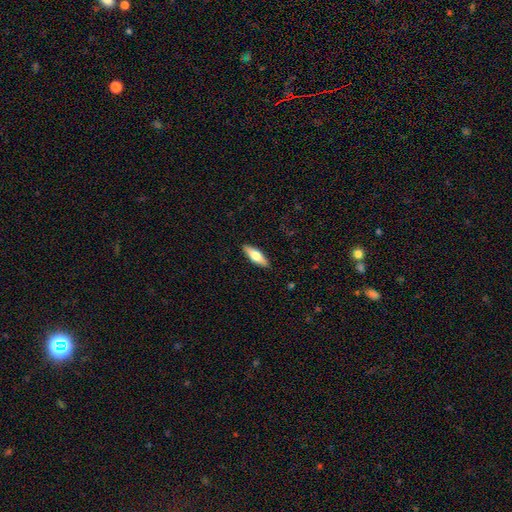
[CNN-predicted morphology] smooth_or_featured: smooth (p=0.58) [alt: featured or disk p=0.36]
how_rounded: in between (p=0.55) [alt: cigar-shaped p=0.43]
merging: none (p=0.90) [alt: minor disturbance p=0.08]